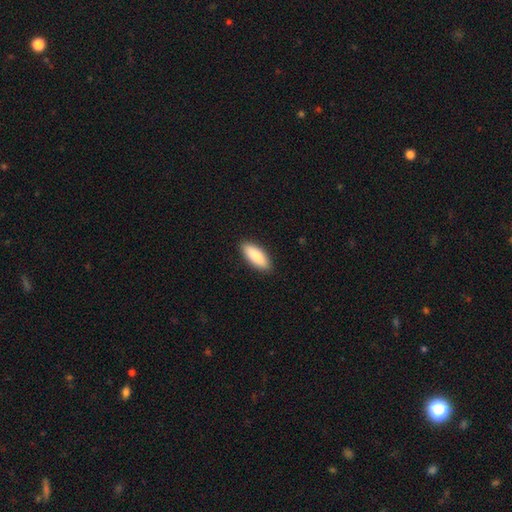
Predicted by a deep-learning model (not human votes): Smooth or featured? smooth (87%)
How rounded? in between (71%)
Merging? none (90%)